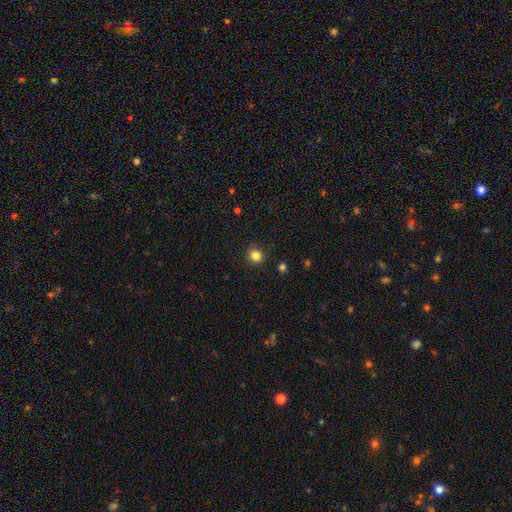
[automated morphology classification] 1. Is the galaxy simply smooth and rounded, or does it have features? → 84% smooth, 12% star or artifact, 4% featured or disk.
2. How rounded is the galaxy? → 89% round, 10% in between, 1% cigar-shaped.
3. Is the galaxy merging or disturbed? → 89% none, 7% minor disturbance, 2% major disturbance, 1% merger.